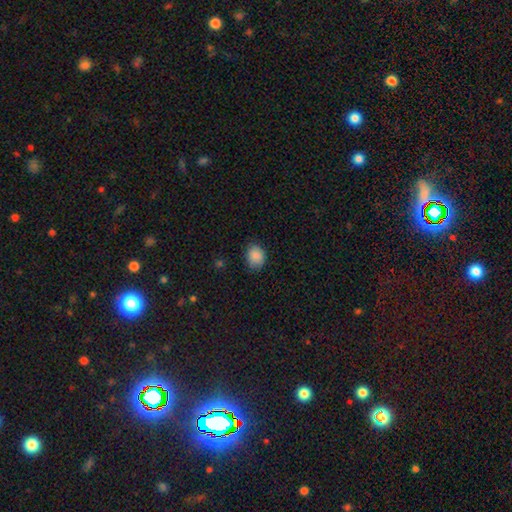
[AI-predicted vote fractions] Q: Smooth or featured?
A: smooth (88%); runner-up: star or artifact (8%)
Q: How rounded?
A: round (50%); runner-up: in between (49%)
Q: Merging?
A: none (78%); runner-up: minor disturbance (18%)